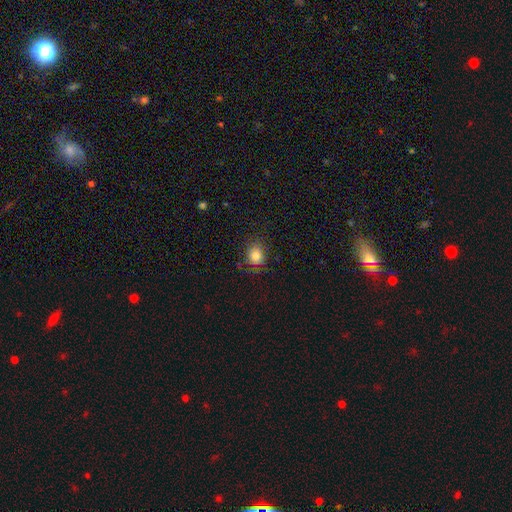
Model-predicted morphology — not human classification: A smooth galaxy with no disk features (81%) that is round (75%).

Vote fractions:
- Smooth or featured? smooth: 81% / star or artifact: 12% / featured or disk: 7%
- How rounded? round: 75% / in between: 24% / cigar-shaped: 1%
- Merging? none: 76% / minor disturbance: 16% / major disturbance: 6% / merger: 1%